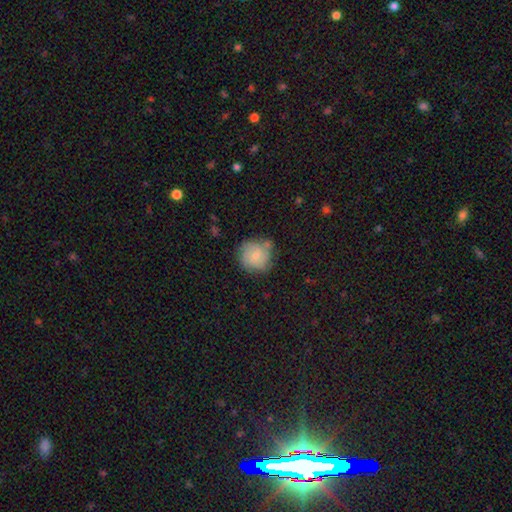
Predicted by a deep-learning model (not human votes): This appears to be a featured or disk galaxy (51%). Merging: none (62%).